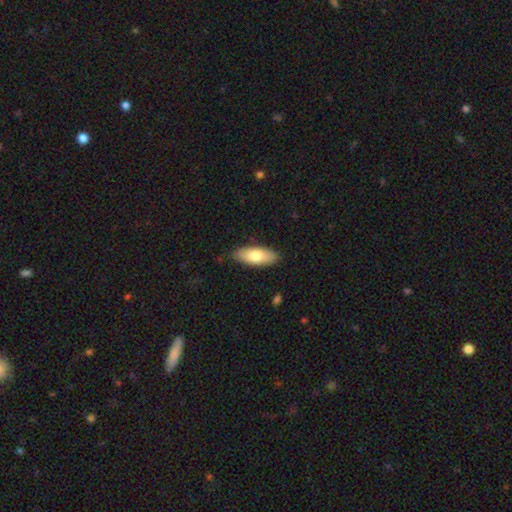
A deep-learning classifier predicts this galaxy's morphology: Smooth or featured?
  - smooth: 76% *
  - featured or disk: 18%
  - star or artifact: 6%
How rounded?
  - in between: 77% *
  - cigar-shaped: 21%
  - round: 2%
Merging?
  - none: 85% *
  - minor disturbance: 12%
  - major disturbance: 2%
  - merger: 1%